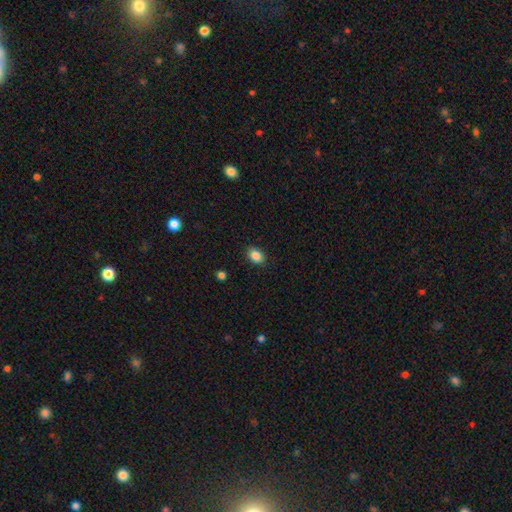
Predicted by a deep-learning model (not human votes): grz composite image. It shows a smooth galaxy with no disk features (87%) that is in between round and cigar-shaped (73%). Merging: none (88%).